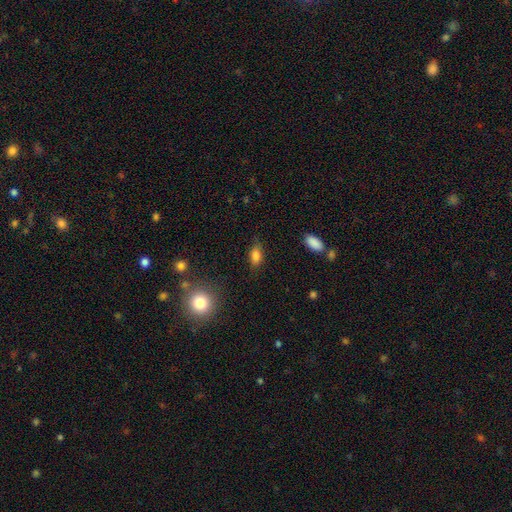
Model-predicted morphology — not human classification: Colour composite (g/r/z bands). It shows a smooth galaxy with no disk features (83%) that is in between round and cigar-shaped (86%). Merging: none (74%).